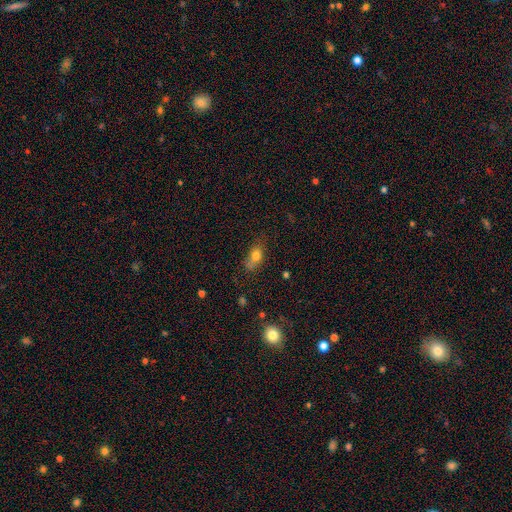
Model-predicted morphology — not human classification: This appears to be a smooth galaxy with no disk features (76%) that is in between round and cigar-shaped (71%). Merging: none (49%).